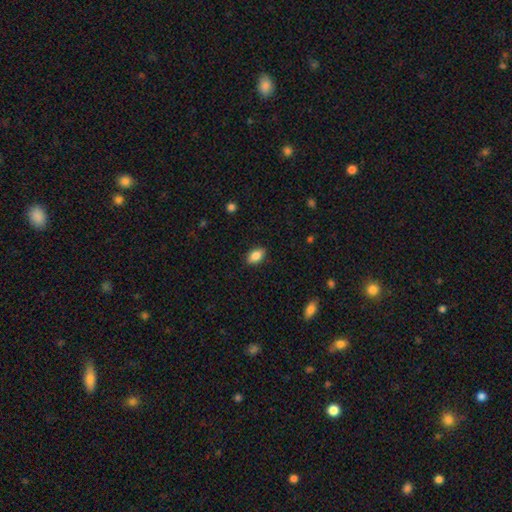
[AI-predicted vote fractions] This is clearly a smooth galaxy (85%). How rounded: clearly in between (88%). Merging: clearly none (86%).